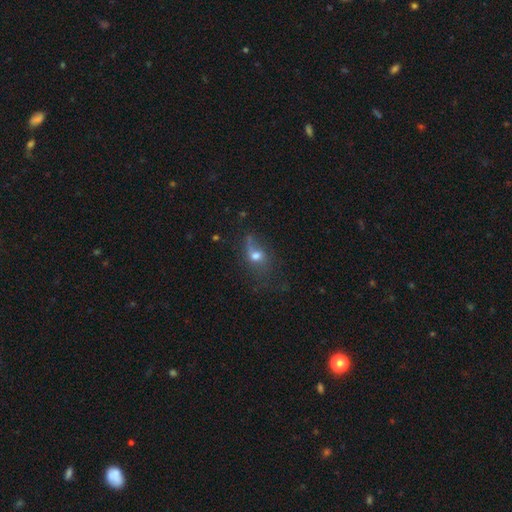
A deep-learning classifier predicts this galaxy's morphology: The model was most divided on "merging": none: 37%, major disturbance: 31%, minor disturbance: 25%, merger: 7%. More confident: how rounded — in between (64%); smooth or featured — smooth (58%).